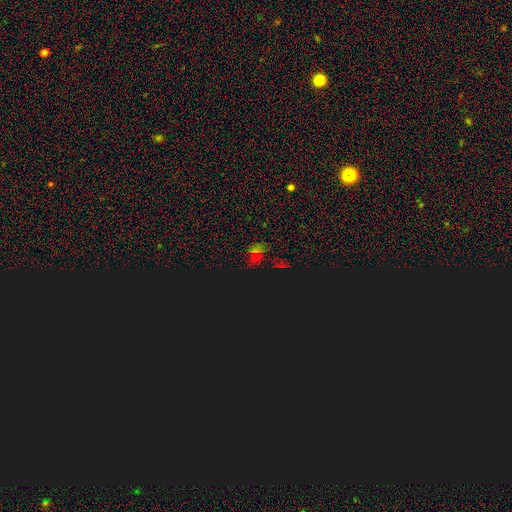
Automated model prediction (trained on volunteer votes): smooth_or_featured: star or artifact (p=0.71) [alt: smooth p=0.22]